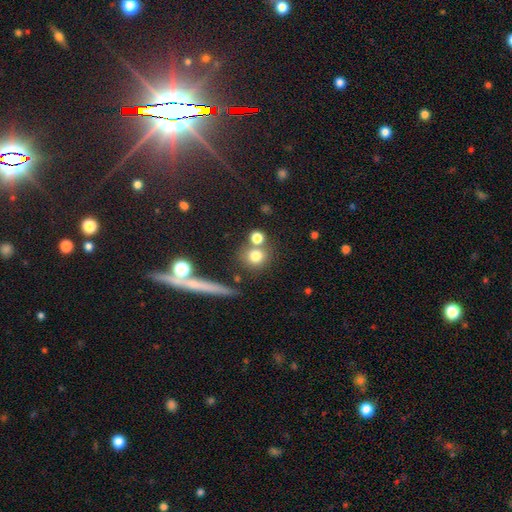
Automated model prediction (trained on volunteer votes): Q: Smooth or featured?
A: smooth (76%); runner-up: star or artifact (13%)
Q: How rounded?
A: round (85%); runner-up: in between (12%)
Q: Merging?
A: none (67%); runner-up: merger (19%)